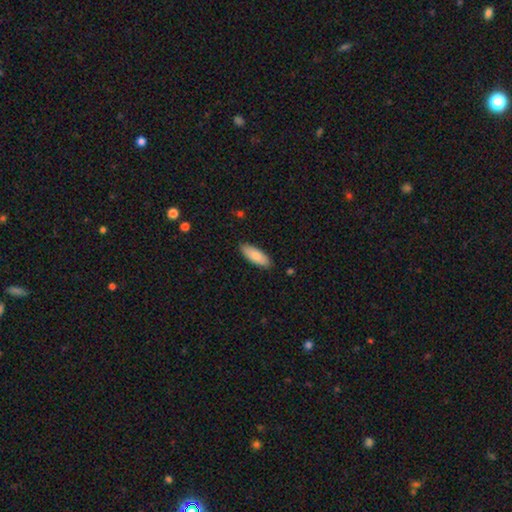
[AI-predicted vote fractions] Overall: smooth (83%). How rounded: in between (74%). Merging: none (87%).